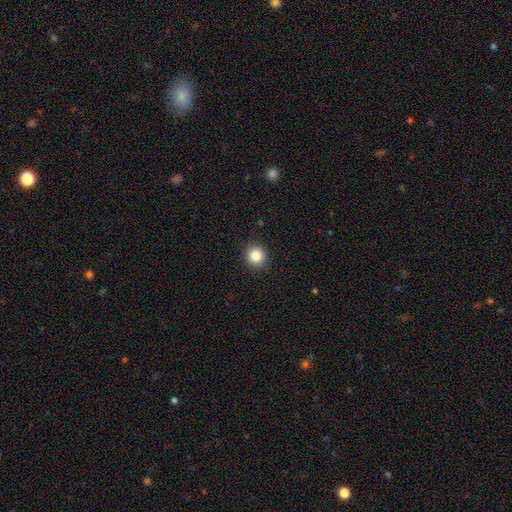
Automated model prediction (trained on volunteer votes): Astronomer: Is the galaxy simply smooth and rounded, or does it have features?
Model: smooth — 85%.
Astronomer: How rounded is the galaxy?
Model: round — 92%.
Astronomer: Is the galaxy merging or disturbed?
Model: none — 91%.